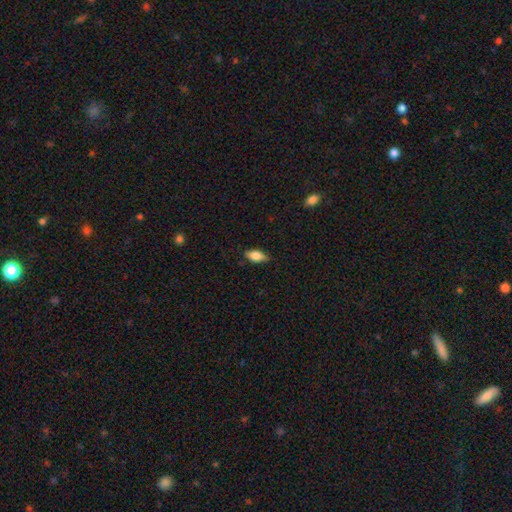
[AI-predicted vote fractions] Q: Smooth or featured?
A: smooth (77%); runner-up: featured or disk (16%)
Q: How rounded?
A: in between (85%); runner-up: cigar-shaped (11%)
Q: Merging?
A: none (80%); runner-up: minor disturbance (16%)